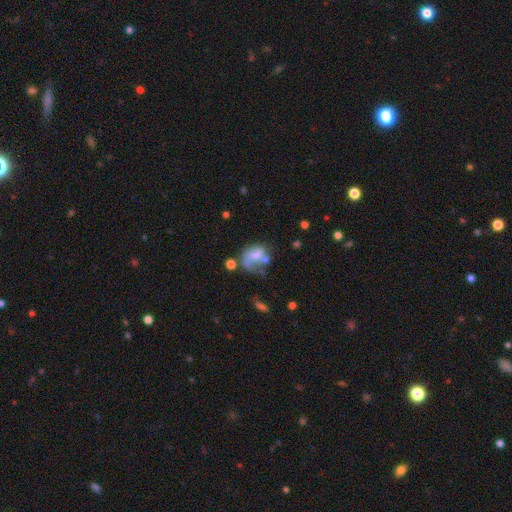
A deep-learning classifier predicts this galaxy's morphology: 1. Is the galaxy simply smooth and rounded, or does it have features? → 49% smooth, 40% featured or disk, 11% star or artifact.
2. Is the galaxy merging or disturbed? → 32% major disturbance, 25% merger, 24% none, 20% minor disturbance.